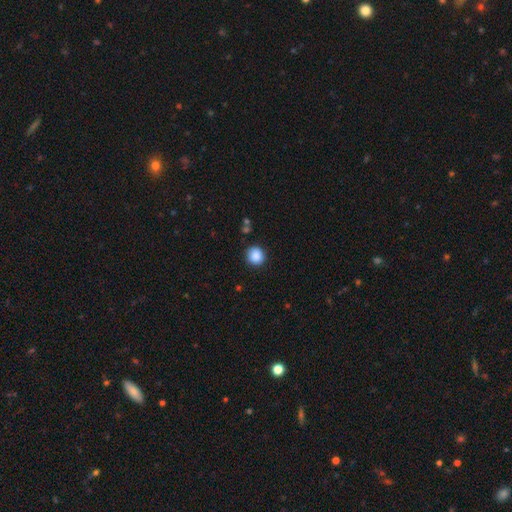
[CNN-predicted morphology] Smooth or featured? Predicted: smooth (p=0.87). How rounded? Predicted: round (p=0.90). Merging? Predicted: none (p=0.88).